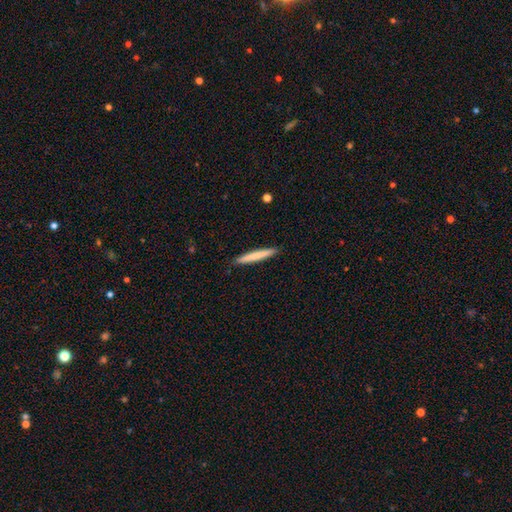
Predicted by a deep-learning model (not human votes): smooth-or-featured: smooth: 74% | featured or disk: 21% | star or artifact: 5%
  how-rounded: cigar-shaped: 96% | in between: 3% | round: 1%
  merging: none: 91% | minor disturbance: 6% | major disturbance: 1% | merger: 1%